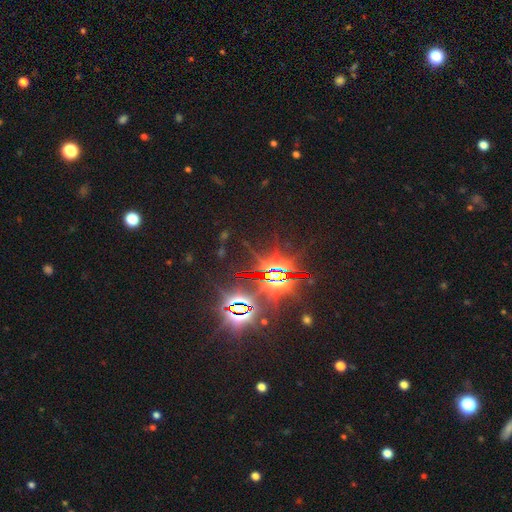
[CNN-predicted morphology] Smooth or featured?
  - star or artifact: 85% *
  - smooth: 9%
  - featured or disk: 7%